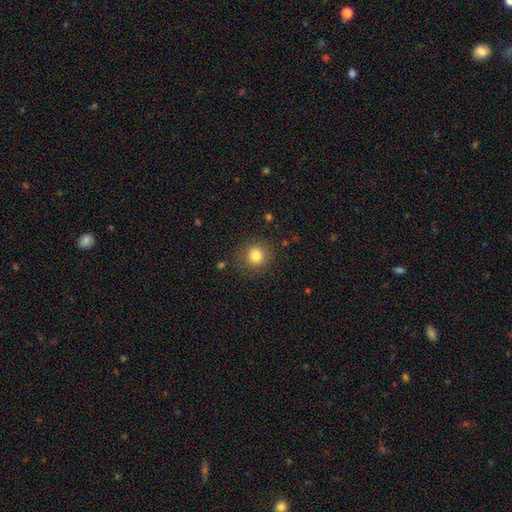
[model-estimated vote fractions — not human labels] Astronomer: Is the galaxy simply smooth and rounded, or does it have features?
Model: smooth — 81%.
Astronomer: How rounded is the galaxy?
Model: round — 88%.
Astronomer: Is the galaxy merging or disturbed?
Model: none — 86%.